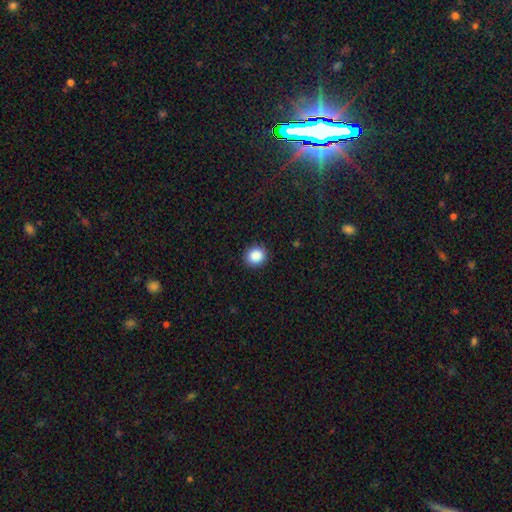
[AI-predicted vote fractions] A smooth galaxy with no disk features (88%) that is round (84%). Merging: none (91%).